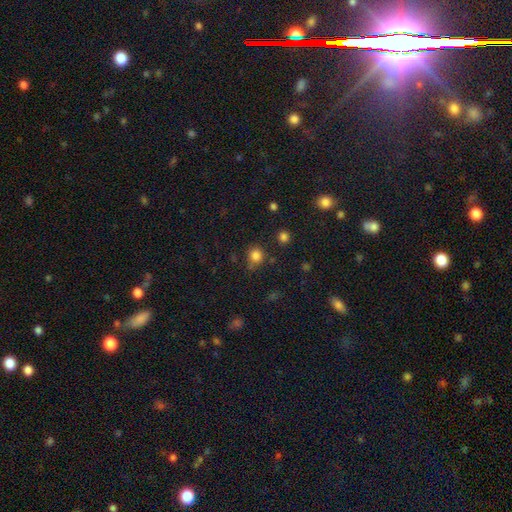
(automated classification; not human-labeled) Morphology: type=smooth (82%); roundness=round (85%); merging=none (73%).